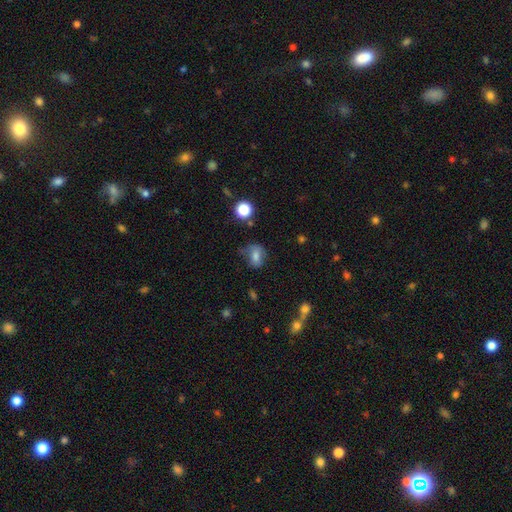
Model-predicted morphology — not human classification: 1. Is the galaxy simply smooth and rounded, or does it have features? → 68% smooth, 19% featured or disk, 12% star or artifact.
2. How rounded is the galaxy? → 59% in between, 39% round, 2% cigar-shaped.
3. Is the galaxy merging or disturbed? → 50% none, 30% minor disturbance, 16% major disturbance, 4% merger.